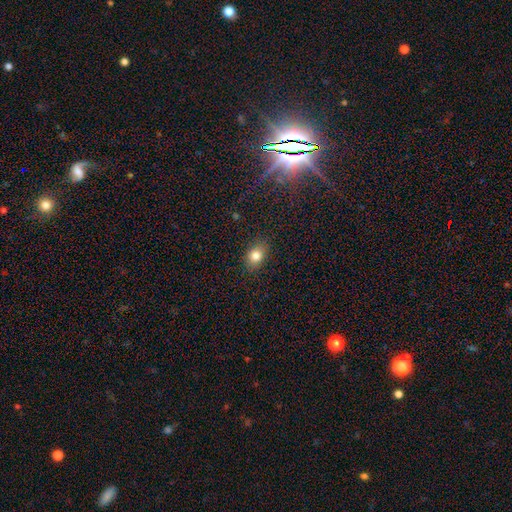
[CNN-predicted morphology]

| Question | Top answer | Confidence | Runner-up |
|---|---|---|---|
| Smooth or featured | smooth | 82% | star or artifact (11%) |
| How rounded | in between | 70% | round (29%) |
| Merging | none | 85% | minor disturbance (11%) |